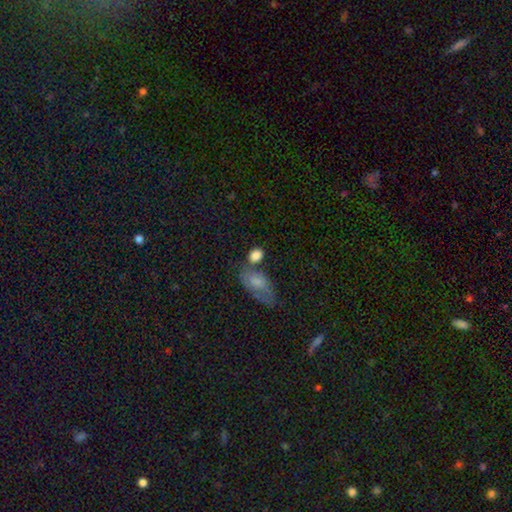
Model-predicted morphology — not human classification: smooth-or-featured: smooth: 85% | featured or disk: 8% | star or artifact: 7%
  how-rounded: in between: 65% | round: 32% | cigar-shaped: 3%
  merging: none: 54% | merger: 24% | minor disturbance: 17% | major disturbance: 6%